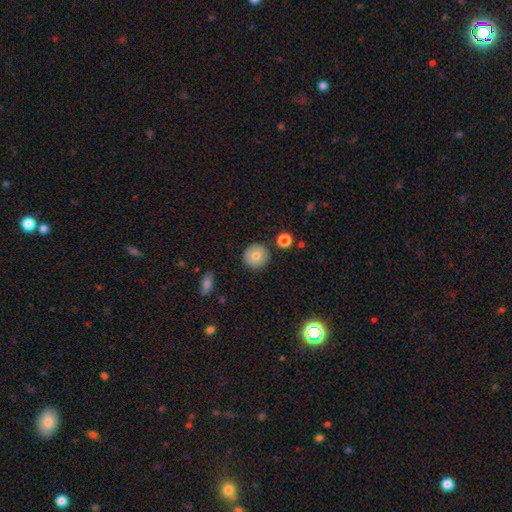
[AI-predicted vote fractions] The model was most divided on "smooth or featured": smooth: 79%, featured or disk: 13%, star or artifact: 8%. More confident: how rounded — round (94%); merging — none (88%).